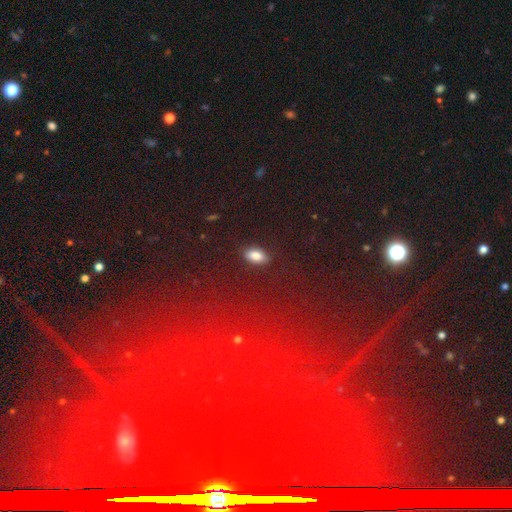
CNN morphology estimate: smooth_or_featured: smooth (p=0.84) [alt: star or artifact p=0.09]
how_rounded: in between (p=0.91) [alt: round p=0.05]
merging: none (p=0.87) [alt: minor disturbance p=0.10]